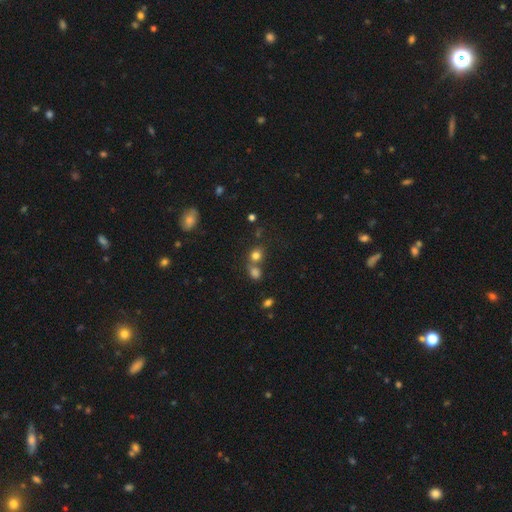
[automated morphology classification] This is likely a smooth galaxy (76%). How rounded: likely round (73%). Merging: possibly none (49%).